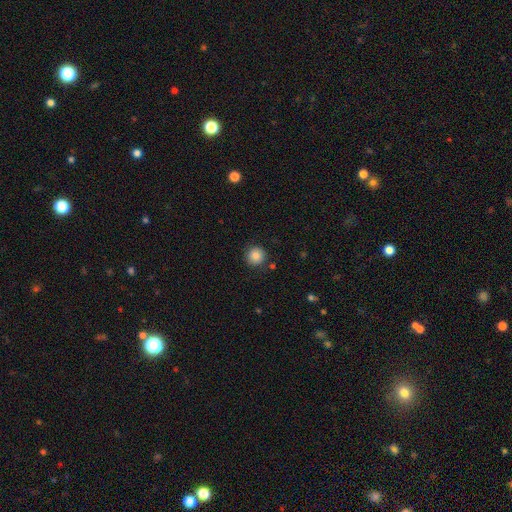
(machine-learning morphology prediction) Q: Smooth or featured?
A: smooth (84%); runner-up: star or artifact (10%)
Q: How rounded?
A: round (94%); runner-up: in between (5%)
Q: Merging?
A: none (87%); runner-up: minor disturbance (8%)